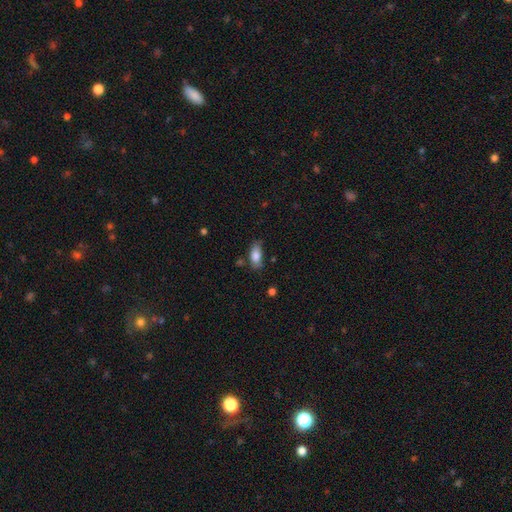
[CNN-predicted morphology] Overall: smooth (83%). How rounded: in between (87%). Merging: none (65%).